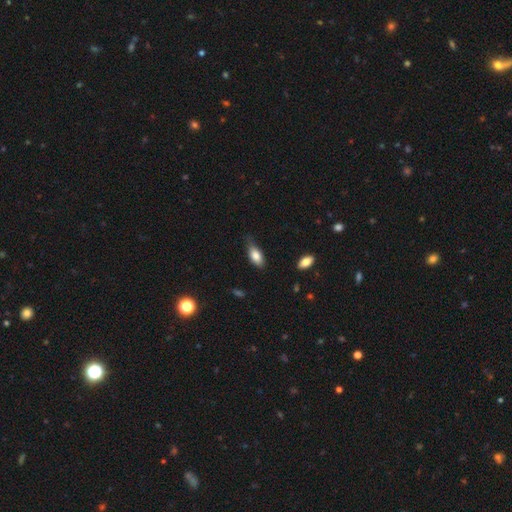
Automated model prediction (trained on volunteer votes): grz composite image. It shows a smooth galaxy with no disk features (81%) that is in between round and cigar-shaped (85%). Merging: none (52%).